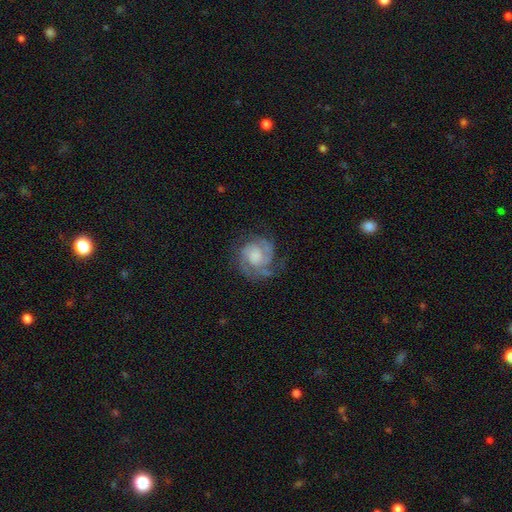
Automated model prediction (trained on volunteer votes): Morphology: type=featured or disk (82%); edge-on=no (98%); bar=no (68%); spiral arms=yes (95%); winding=tight (54%); arm count=2 (42%); bulge=moderate (29%); merging=none (67%).